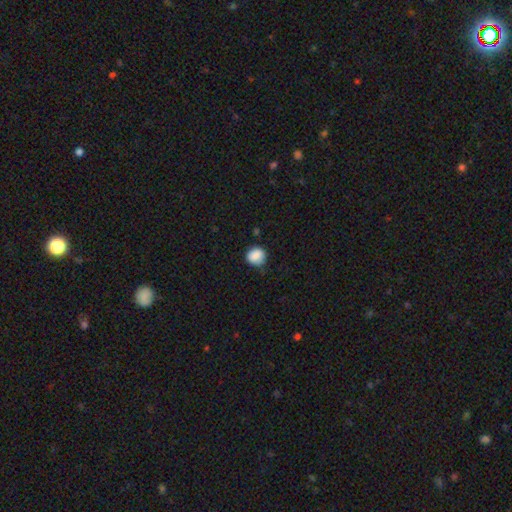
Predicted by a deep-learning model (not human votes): smooth 86%, star or artifact 8%, featured or disk 5%. Down the decision tree: how rounded — round (81%); merging — none (71%).